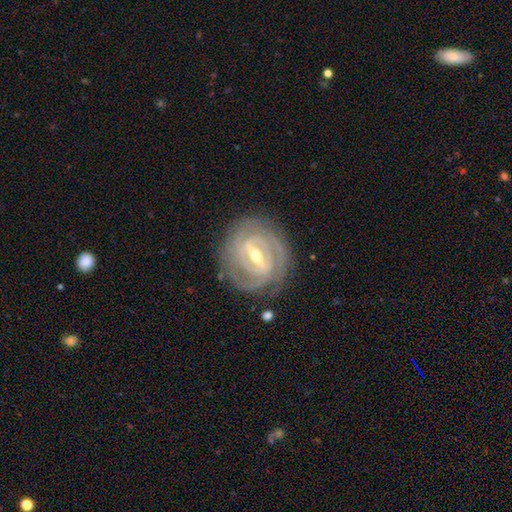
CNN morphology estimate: Smooth or featured?
  - featured or disk: 90% *
  - smooth: 5%
  - star or artifact: 5%
Edge-on disk?
  - no: 95% *
  - yes: 5%
Bar?
  - strong: 67% *
  - weak: 27%
  - no: 6%
Spiral arms?
  - yes: 96% *
  - no: 4%
Spiral winding?
  - tight: 81% *
  - medium: 17%
  - loose: 3%
Spiral arm count?
  - 2: 36% *
  - can't tell: 22%
  - 3: 22%
  - 4: 12%
  - more than 4: 5%
  - 1: 4%
Bulge size?
  - small: 48% * (tied)
  - moderate: 48% * (tied)
  - large: 2%
  - none: 1%
  - dominant: 1%
Merging?
  - none: 82% *
  - minor disturbance: 13%
  - major disturbance: 4%
  - merger: 1%